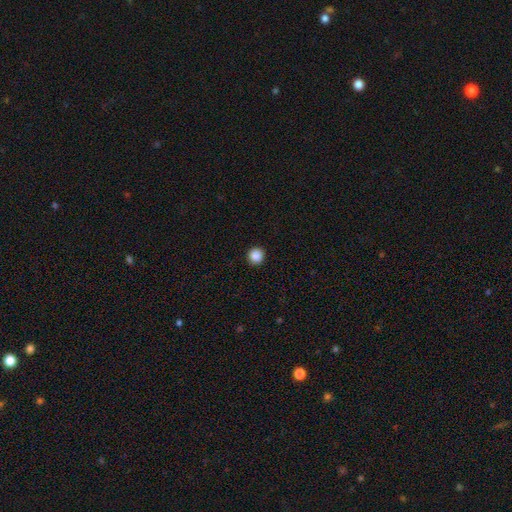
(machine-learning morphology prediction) A smooth galaxy with no disk features (88%) that is round (94%). Merging: none (93%).